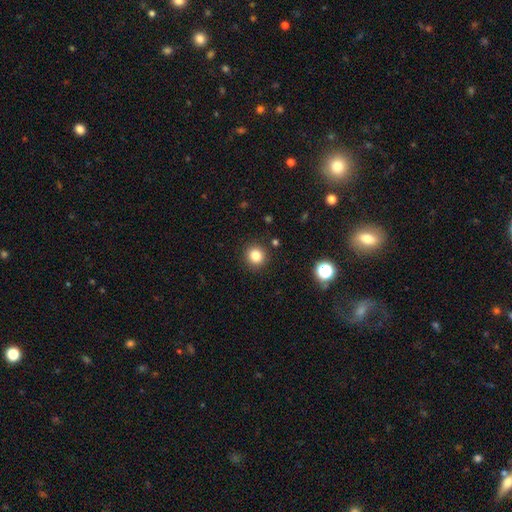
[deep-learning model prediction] A smooth galaxy with no disk features (83%) that is round (91%). Merging: none (91%).